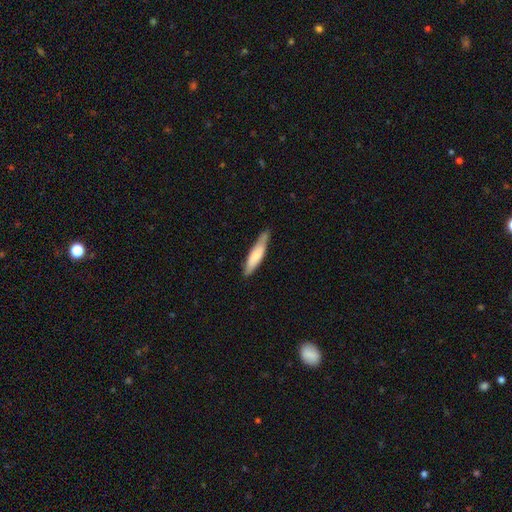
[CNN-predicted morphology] Smooth or featured? smooth (69%)
How rounded? cigar-shaped (79%)
Merging? none (76%)